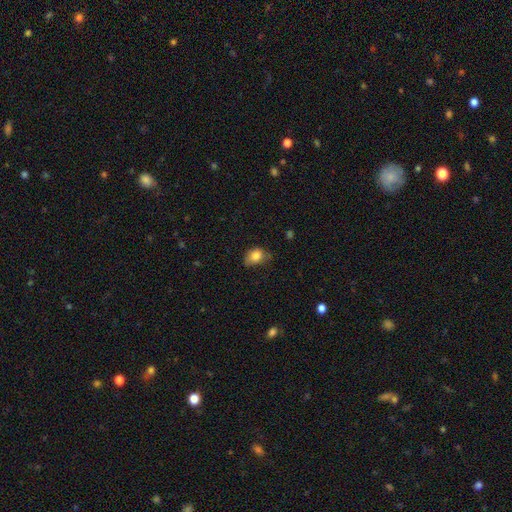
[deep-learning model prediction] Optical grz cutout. It shows a smooth galaxy with no disk features (82%) that is in between round and cigar-shaped (67%). Merging: none (54%).